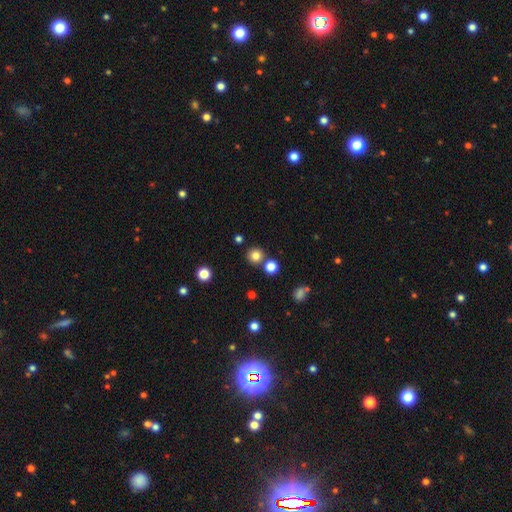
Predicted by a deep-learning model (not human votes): smooth-or-featured: smooth: 80% | star or artifact: 14% | featured or disk: 5%
  how-rounded: round: 94% | in between: 5% | cigar-shaped: 1%
  merging: none: 80% | merger: 12% | minor disturbance: 6% | major disturbance: 2%